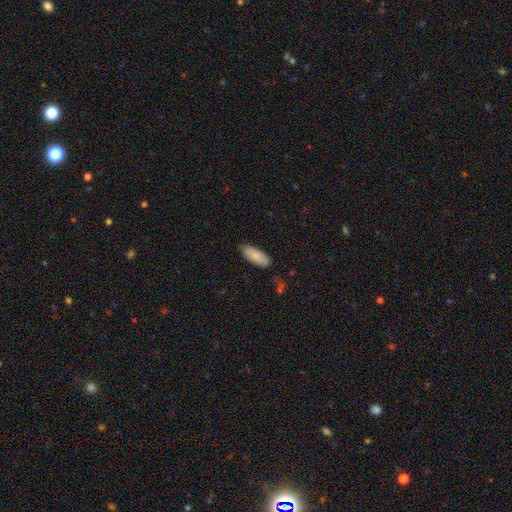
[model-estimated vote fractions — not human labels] This appears to be a smooth galaxy with no disk features (86%) that is in between round and cigar-shaped (78%). Merging: none (83%).